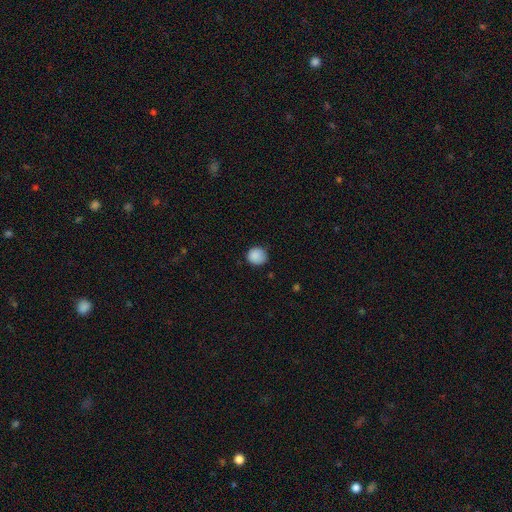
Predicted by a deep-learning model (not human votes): Smooth or featured? smooth (88%)
How rounded? round (87%)
Merging? none (76%)